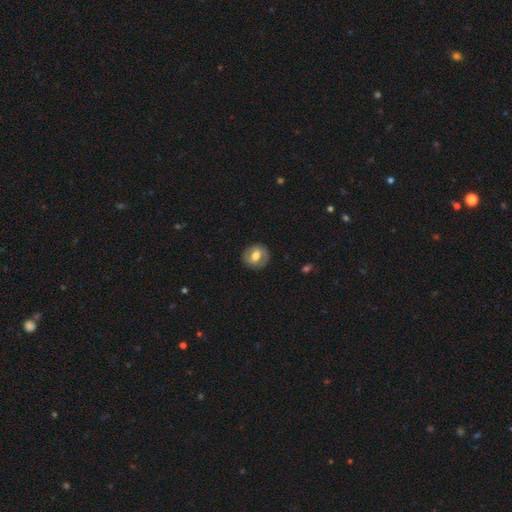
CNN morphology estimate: Smooth or featured: smooth — 48% (featured or disk — 45%)
Merging: none — 85% (minor disturbance — 11%)